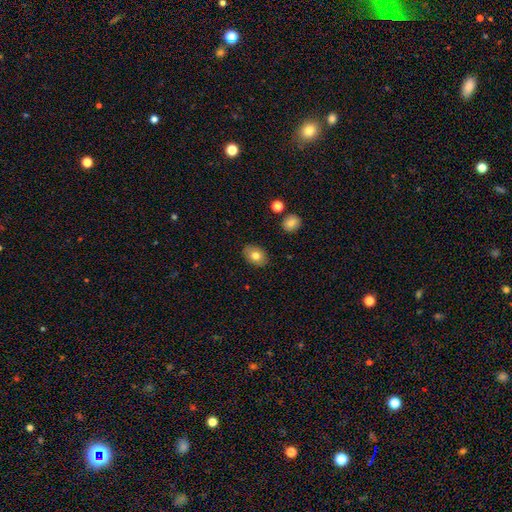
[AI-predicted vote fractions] Smooth or featured? smooth (78%)
How rounded? in between (73%)
Merging? none (87%)